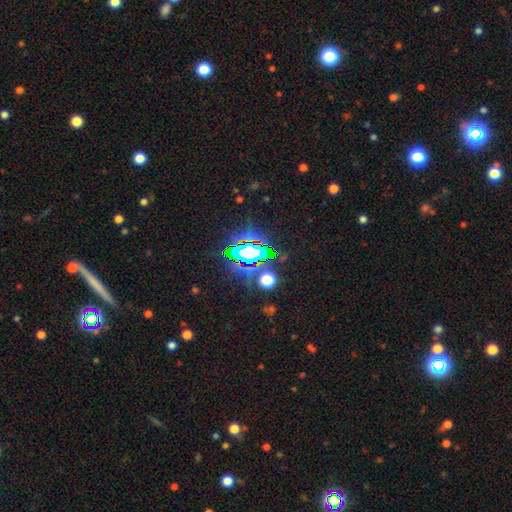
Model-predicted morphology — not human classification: Smooth or featured?
  - star or artifact: 75% *
  - smooth: 15%
  - featured or disk: 10%